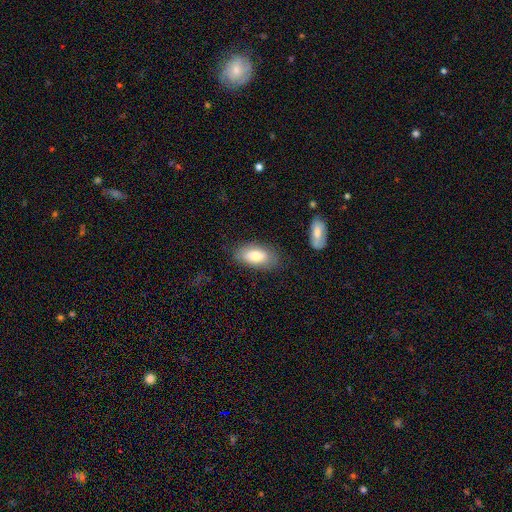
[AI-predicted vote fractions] A smooth galaxy with no disk features (79%) that is in between round and cigar-shaped (92%). Merging: none (78%).